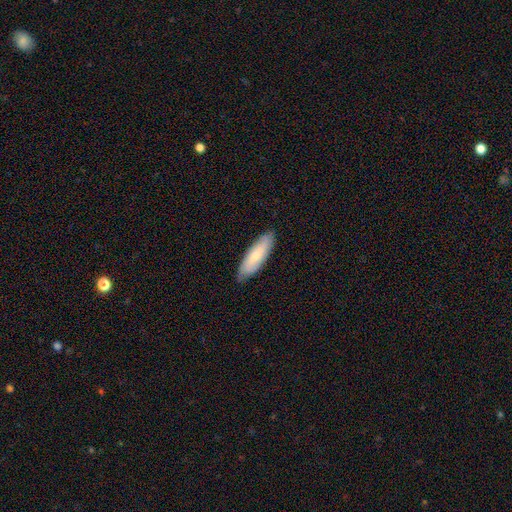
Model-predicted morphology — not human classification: This appears to be a smooth galaxy with no disk features (68%) that is cigar-shaped (50%). Merging: none (84%).